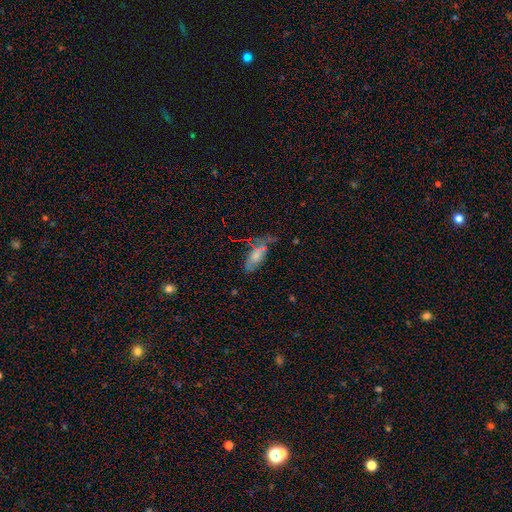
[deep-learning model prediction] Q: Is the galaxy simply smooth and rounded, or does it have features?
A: smooth — 49%.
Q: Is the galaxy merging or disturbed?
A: none — 48%.